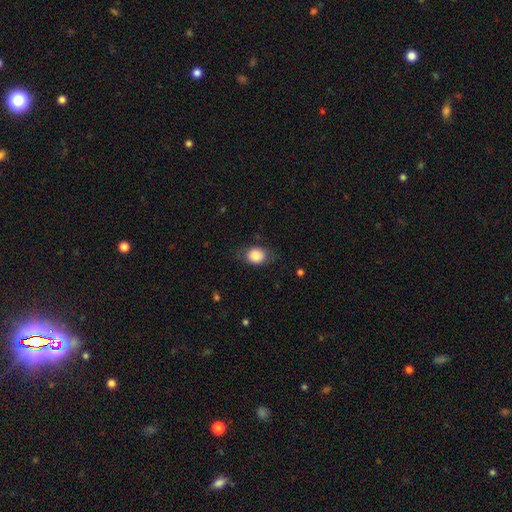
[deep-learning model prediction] smooth_or_featured: smooth (p=0.85) [alt: star or artifact p=0.08]
how_rounded: in between (p=0.51) [alt: round p=0.48]
merging: none (p=0.73) [alt: minor disturbance p=0.18]